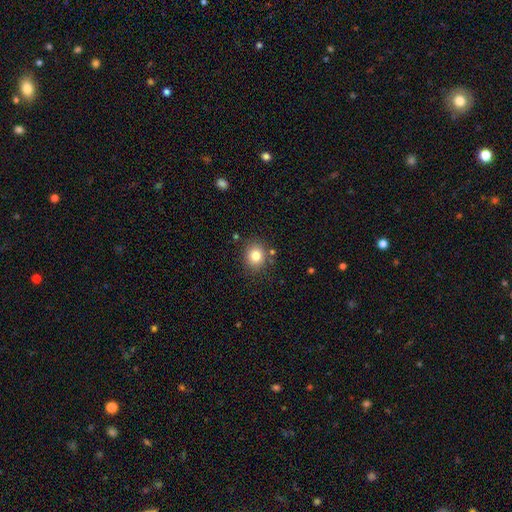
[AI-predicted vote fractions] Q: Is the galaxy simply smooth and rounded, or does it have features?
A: smooth — 81%.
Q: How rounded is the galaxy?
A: round — 80%.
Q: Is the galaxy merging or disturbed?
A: none — 83%.